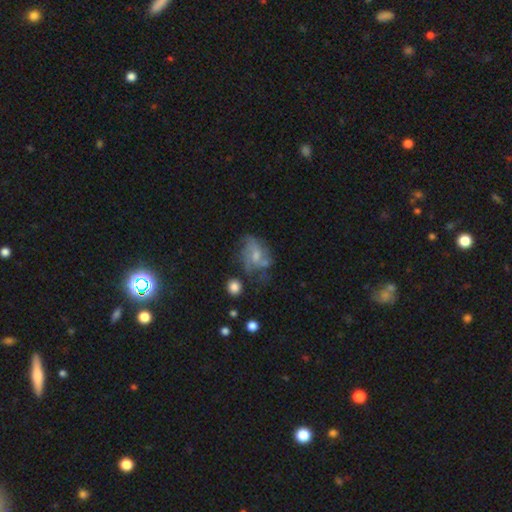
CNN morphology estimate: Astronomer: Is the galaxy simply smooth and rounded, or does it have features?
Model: featured or disk — 61%.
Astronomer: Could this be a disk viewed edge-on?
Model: no — 97%.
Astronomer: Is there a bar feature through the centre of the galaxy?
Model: no — 61%.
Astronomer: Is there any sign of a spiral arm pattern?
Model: yes — 71%.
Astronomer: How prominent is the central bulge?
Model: moderate — 47% (runner-up: small, 38%).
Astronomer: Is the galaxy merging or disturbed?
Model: none — 39% (runner-up: minor disturbance, 25%).